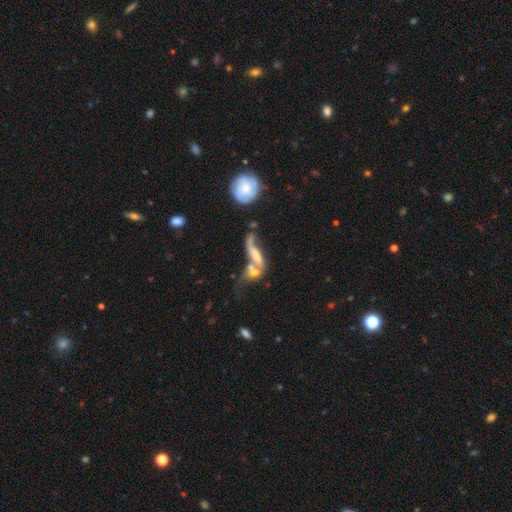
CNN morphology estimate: smooth_or_featured: featured or disk (p=0.56) [alt: smooth p=0.34]
disk_edge_on: no (p=0.81) [alt: yes p=0.19]
merging: merger (p=0.57) [alt: major disturbance p=0.18]